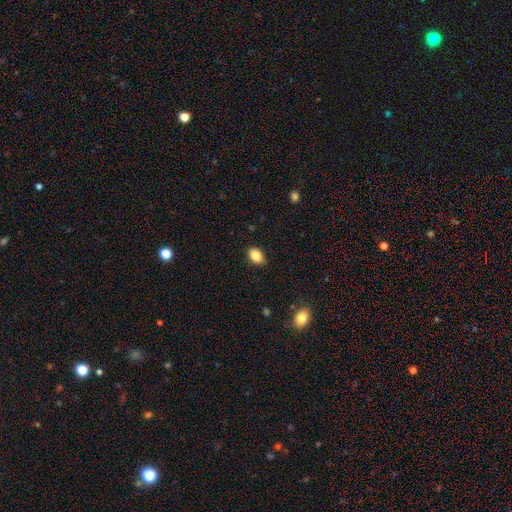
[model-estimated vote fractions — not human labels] Smooth or featured: smooth — 85% (star or artifact — 9%)
How rounded: in between — 82% (round — 17%)
Merging: none — 86% (minor disturbance — 11%)